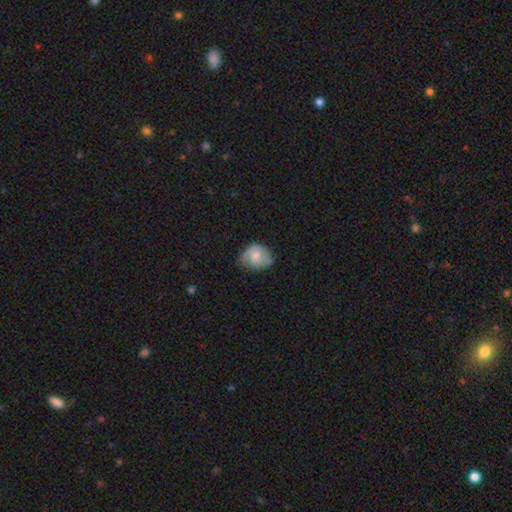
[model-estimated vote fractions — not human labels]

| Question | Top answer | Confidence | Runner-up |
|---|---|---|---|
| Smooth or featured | smooth | 51% | featured or disk (42%) |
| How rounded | round | 54% | in between (45%) |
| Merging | none | 48% | minor disturbance (36%) |